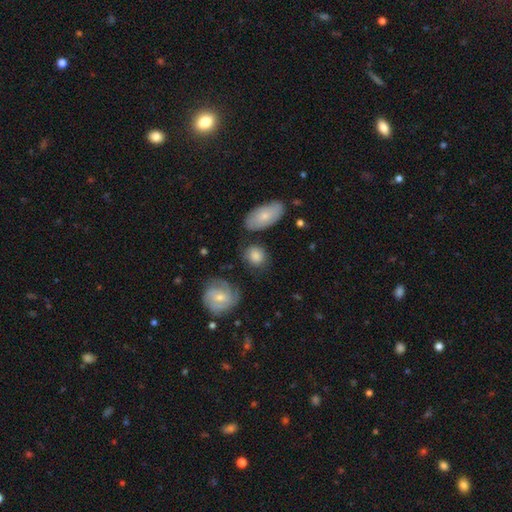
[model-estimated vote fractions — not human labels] smooth_or_featured: smooth (p=0.78) [alt: featured or disk p=0.15]
how_rounded: round (p=0.64) [alt: in between p=0.34]
merging: none (p=0.70) [alt: minor disturbance p=0.17]